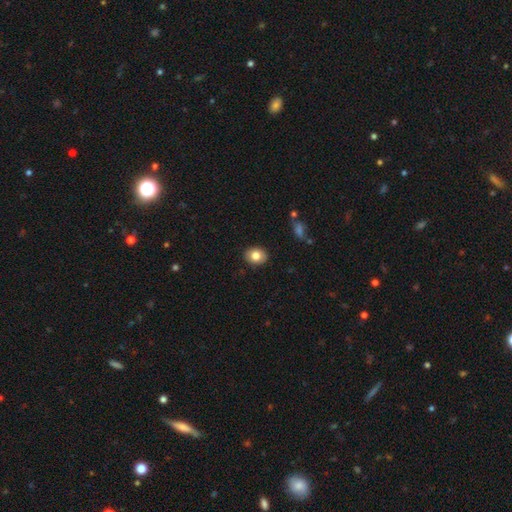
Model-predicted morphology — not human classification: Q: Smooth or featured?
A: smooth (81%); runner-up: featured or disk (10%)
Q: How rounded?
A: in between (52%); runner-up: round (47%)
Q: Merging?
A: none (89%); runner-up: minor disturbance (8%)